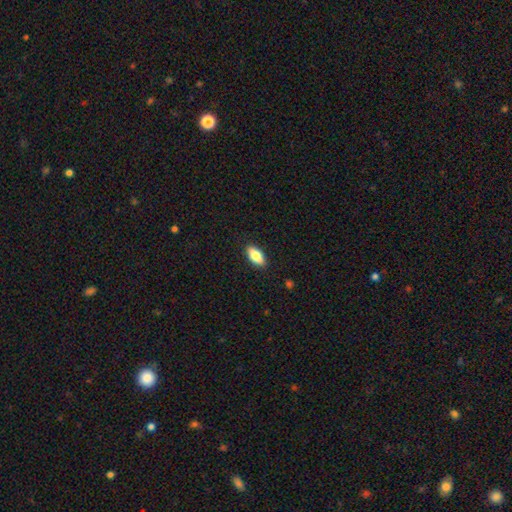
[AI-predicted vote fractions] Smooth or featured: smooth — 78% (featured or disk — 15%)
How rounded: in between — 86% (cigar-shaped — 11%)
Merging: none — 89% (minor disturbance — 8%)